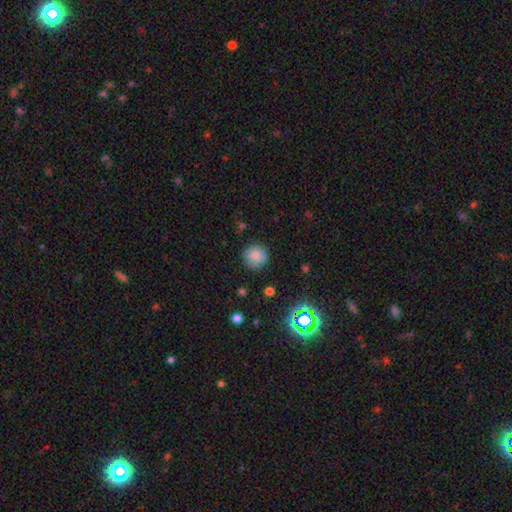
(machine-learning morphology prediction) The model was most divided on "smooth or featured": smooth: 82%, star or artifact: 12%, featured or disk: 6%. More confident: how rounded — round (94%); merging — none (86%).